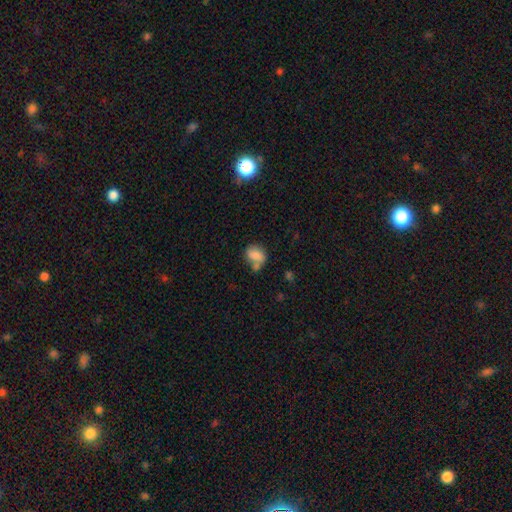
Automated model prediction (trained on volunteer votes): Q: Smooth or featured?
A: smooth (78%); runner-up: featured or disk (12%)
Q: How rounded?
A: in between (59%); runner-up: round (39%)
Q: Merging?
A: none (42%); runner-up: merger (29%)